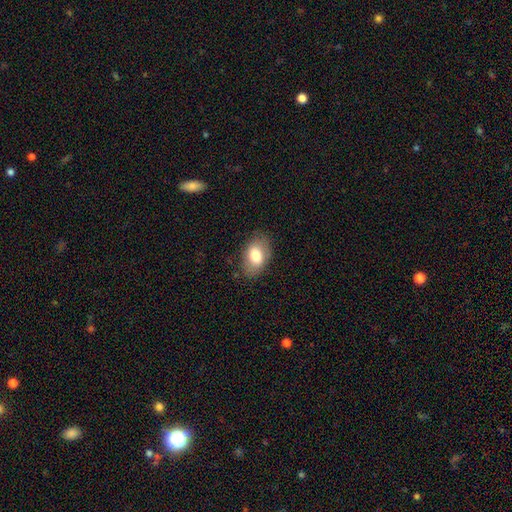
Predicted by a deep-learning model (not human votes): Smooth or featured? smooth (75%)
How rounded? in between (88%)
Merging? none (80%)